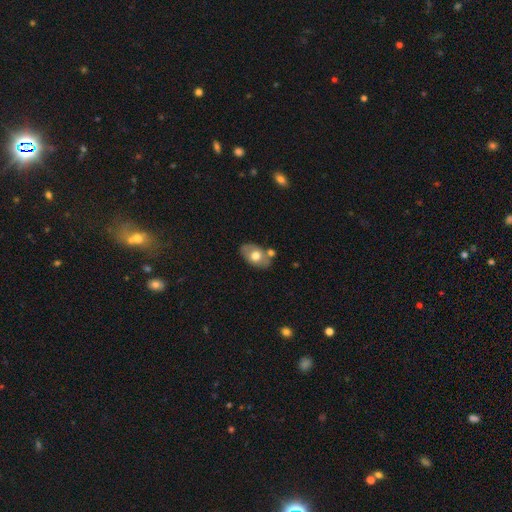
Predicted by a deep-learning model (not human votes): A smooth galaxy with no disk features (64%) that is in between round and cigar-shaped (87%).

Vote fractions:
- Smooth or featured? smooth: 64% / featured or disk: 30% / star or artifact: 7%
- How rounded? in between: 87% / round: 12% / cigar-shaped: 1%
- Merging? none: 64% / minor disturbance: 16% / merger: 15% / major disturbance: 4%